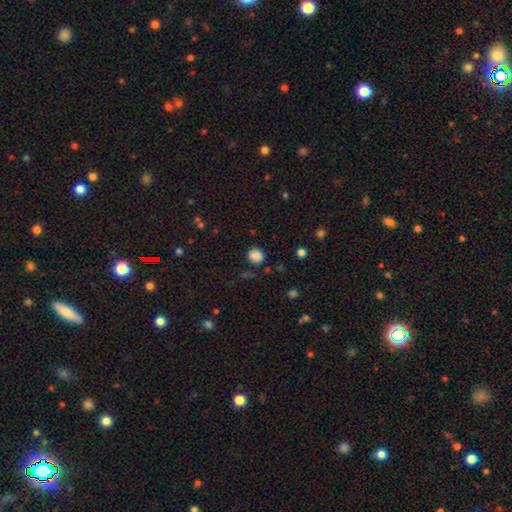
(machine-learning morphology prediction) type=smooth (85%); roundness=round (80%); merging=none (83%).